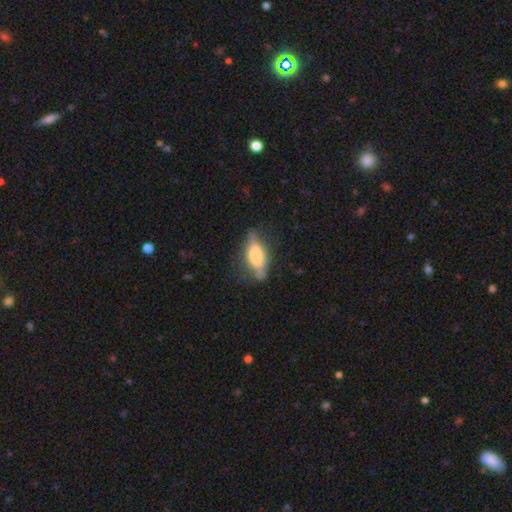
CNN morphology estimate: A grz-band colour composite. It shows a smooth galaxy with no disk features (47%). Merging: none (64%).